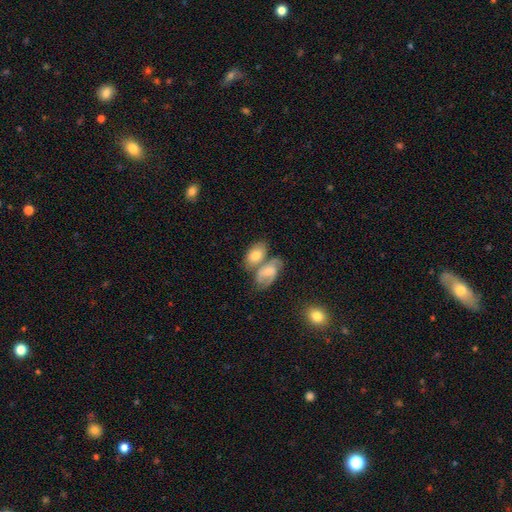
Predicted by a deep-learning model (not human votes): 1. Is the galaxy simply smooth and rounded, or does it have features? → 63% smooth, 30% featured or disk, 7% star or artifact.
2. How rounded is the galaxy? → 89% in between, 9% round, 2% cigar-shaped.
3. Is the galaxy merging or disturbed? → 50% merger, 33% none, 12% minor disturbance, 5% major disturbance.